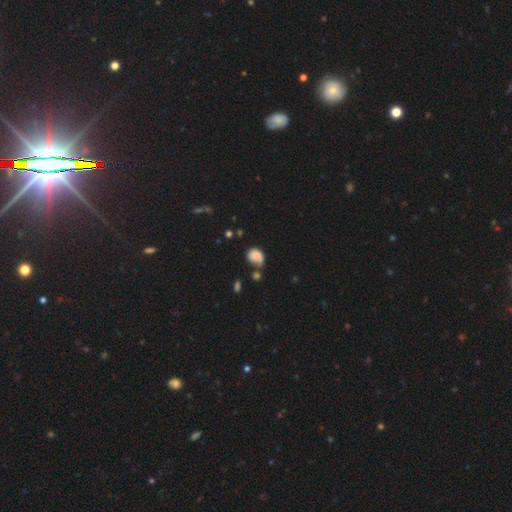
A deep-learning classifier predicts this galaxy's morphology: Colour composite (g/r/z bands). It shows a smooth galaxy with no disk features (75%) that is in between round and cigar-shaped (54%). Merging: none (35%).